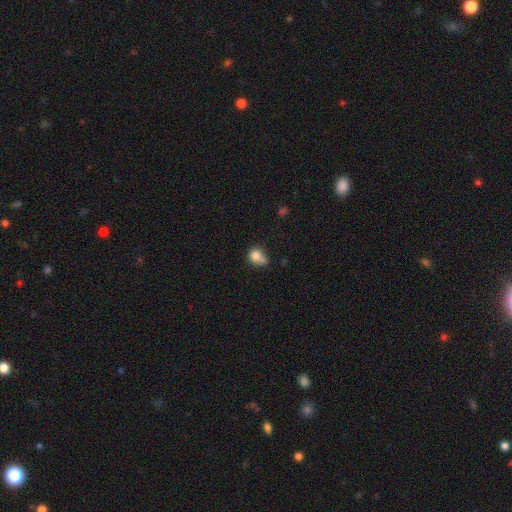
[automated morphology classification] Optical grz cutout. It shows a smooth galaxy with no disk features (78%) that is round (59%). Merging: none (37%).